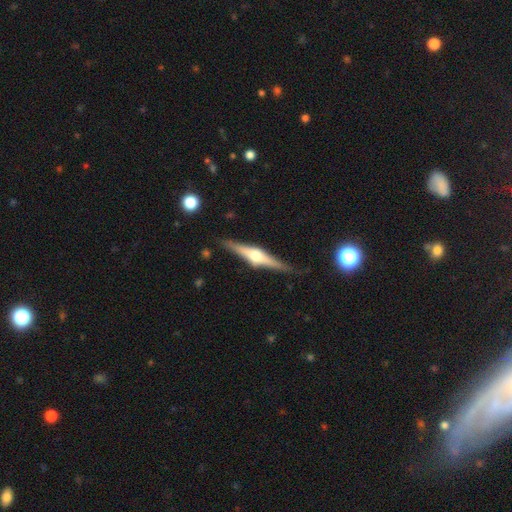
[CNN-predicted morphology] This appears to be a featured or disk galaxy (76%) viewed edge-on (97%) with a rounded central bulge (90%). Merging: none (85%).